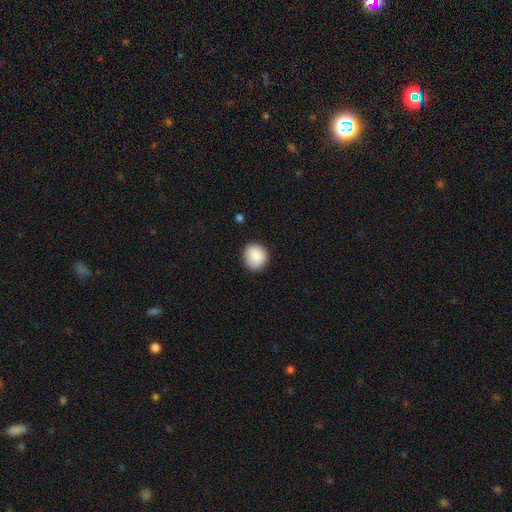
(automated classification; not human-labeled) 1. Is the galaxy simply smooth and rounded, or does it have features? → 87% smooth, 8% star or artifact, 5% featured or disk.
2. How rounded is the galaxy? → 85% round, 14% in between, 1% cigar-shaped.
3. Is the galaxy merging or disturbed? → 88% none, 9% minor disturbance, 2% major disturbance, 1% merger.